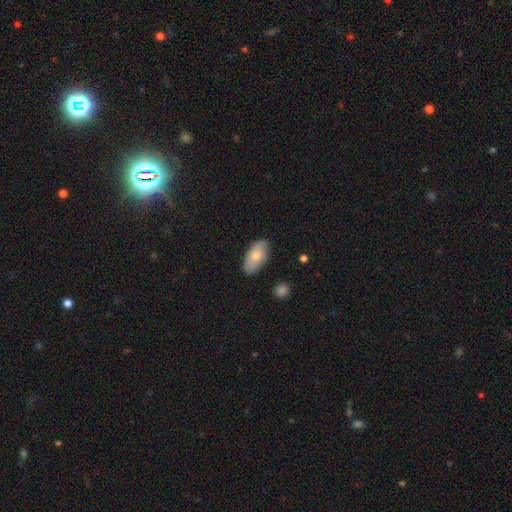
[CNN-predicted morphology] Smooth or featured?
  - smooth: 68% *
  - featured or disk: 26%
  - star or artifact: 6%
How rounded?
  - in between: 93% *
  - round: 4%
  - cigar-shaped: 3%
Merging?
  - none: 80% *
  - minor disturbance: 16%
  - major disturbance: 3%
  - merger: 1%